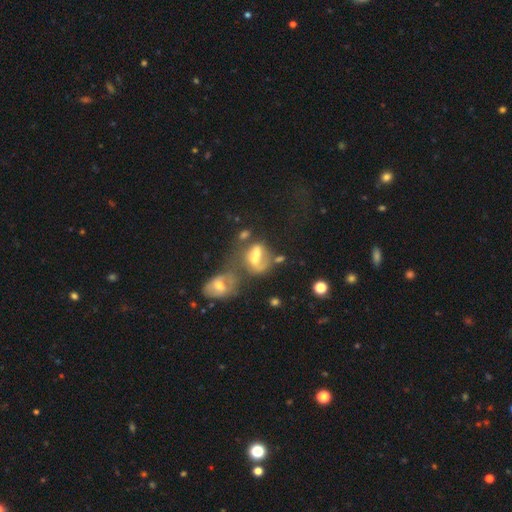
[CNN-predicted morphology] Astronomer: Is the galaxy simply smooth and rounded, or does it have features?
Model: featured or disk — 55%.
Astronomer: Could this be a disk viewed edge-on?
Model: no — 93%.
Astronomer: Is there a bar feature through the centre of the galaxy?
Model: no — 53% (runner-up: weak, 31%).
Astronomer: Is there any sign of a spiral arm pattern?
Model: yes — 52% (runner-up: no, 48%).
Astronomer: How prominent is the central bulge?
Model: moderate — 52% (runner-up: small, 28%).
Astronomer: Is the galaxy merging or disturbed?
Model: merger — 59%.